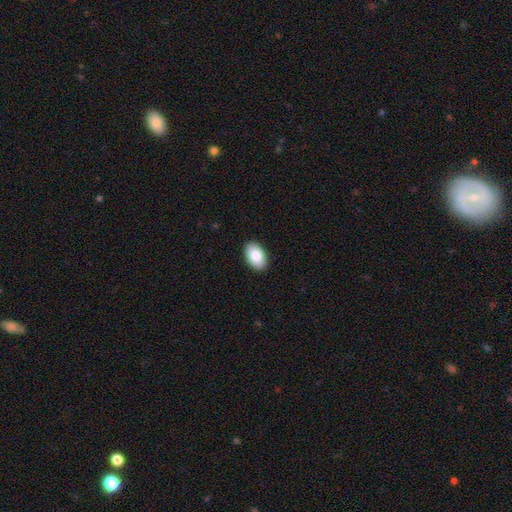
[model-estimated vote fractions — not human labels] smooth_or_featured: smooth (p=0.88) [alt: featured or disk p=0.06]
how_rounded: in between (p=0.93) [alt: round p=0.06]
merging: none (p=0.90) [alt: minor disturbance p=0.07]